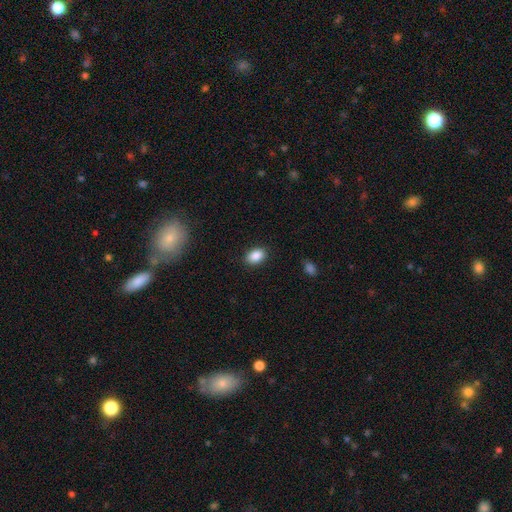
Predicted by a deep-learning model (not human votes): Smooth or featured? smooth (88%)
How rounded? in between (82%)
Merging? none (88%)